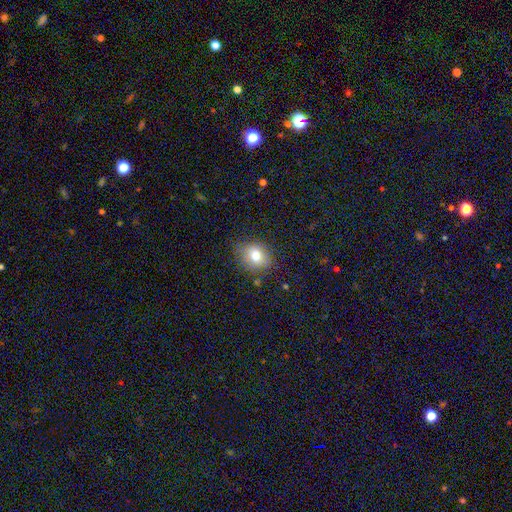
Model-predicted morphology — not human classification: Smooth or featured: smooth — 78% (star or artifact — 11%)
How rounded: round — 62% (in between — 37%)
Merging: none — 80% (minor disturbance — 15%)